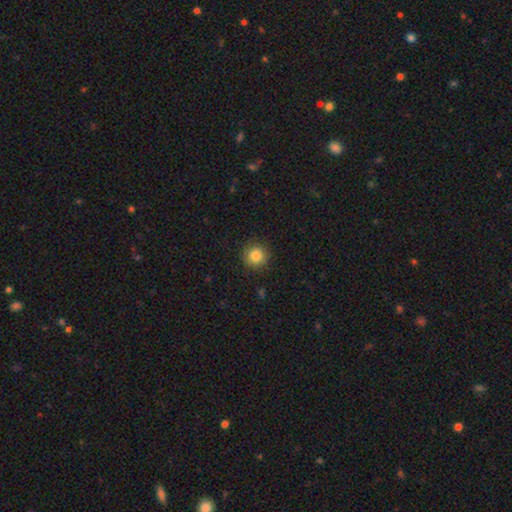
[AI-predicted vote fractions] Smooth or featured: smooth — 84% (star or artifact — 10%)
How rounded: round — 94% (in between — 5%)
Merging: none — 88% (minor disturbance — 8%)